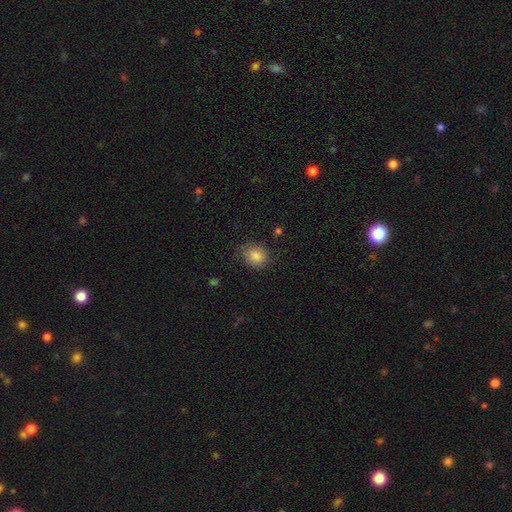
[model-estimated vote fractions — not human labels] Overall: smooth (83%). How rounded: round (57%; in between 42%). Merging: none (72%).